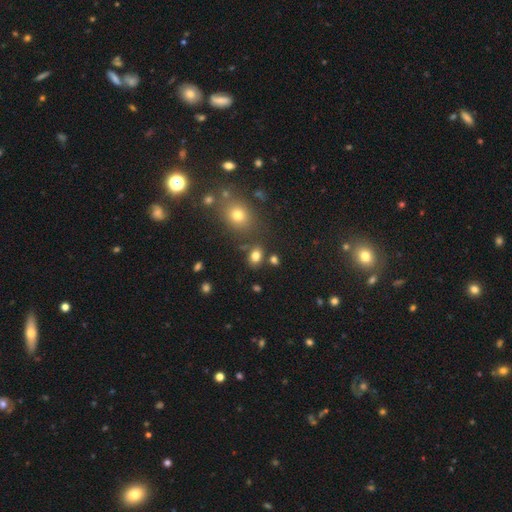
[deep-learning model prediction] Smooth or featured: smooth — 79% (star or artifact — 13%)
How rounded: in between — 67% (round — 32%)
Merging: none — 76% (minor disturbance — 12%)